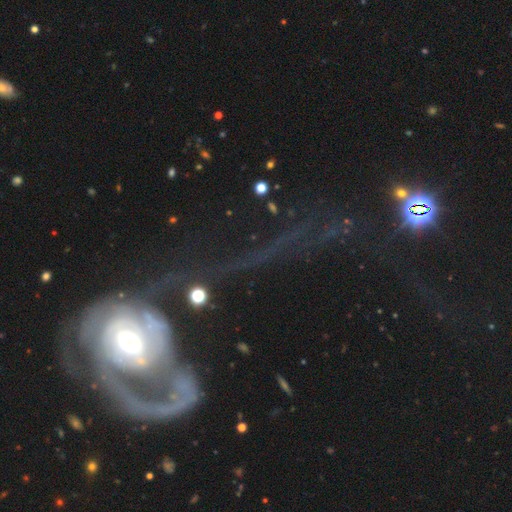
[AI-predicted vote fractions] smooth-or-featured: featured or disk: 68% | smooth: 18% | star or artifact: 15%
  disk-edge-on: no: 91% | yes: 9%
    bar: no: 65% | weak: 21% | strong: 13%
    has-spiral-arms: yes: 60% | no: 40%
    bulge-size: moderate: 62% | small: 22% | large: 10% | dominant: 4% | none: 3%
  merging: major disturbance: 49% | merger: 21% | none: 20% | minor disturbance: 10%